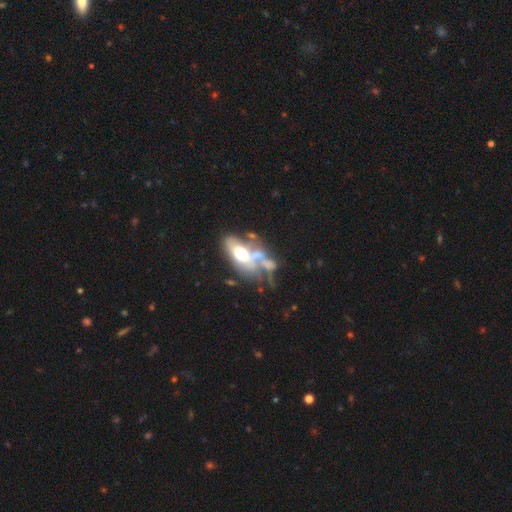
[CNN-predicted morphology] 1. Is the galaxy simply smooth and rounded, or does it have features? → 58% featured or disk, 31% smooth, 10% star or artifact.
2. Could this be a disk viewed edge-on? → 83% no, 17% yes.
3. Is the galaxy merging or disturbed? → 38% merger, 28% major disturbance, 20% none, 15% minor disturbance.